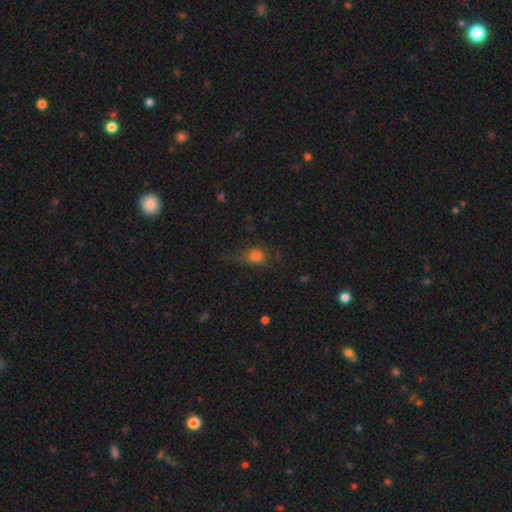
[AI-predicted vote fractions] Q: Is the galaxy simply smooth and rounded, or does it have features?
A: smooth — 74%.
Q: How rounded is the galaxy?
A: round — 54%.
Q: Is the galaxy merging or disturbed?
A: none — 52%.